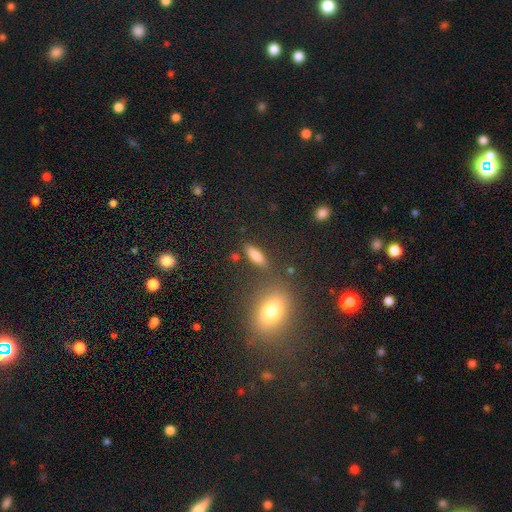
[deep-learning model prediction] smooth-or-featured: smooth: 79% | star or artifact: 11% | featured or disk: 11%
  how-rounded: in between: 52% | cigar-shaped: 43% | round: 5%
  merging: none: 79% | minor disturbance: 11% | merger: 6% | major disturbance: 4%